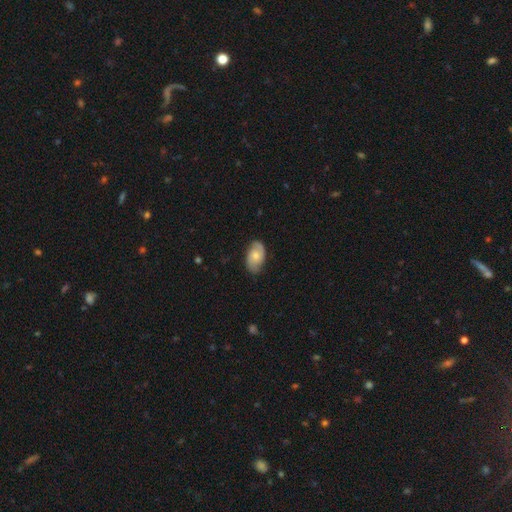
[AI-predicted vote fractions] Smooth or featured?
  - featured or disk: 66% *
  - smooth: 28%
  - star or artifact: 7%
Edge-on disk?
  - no: 96% *
  - yes: 4%
Bar?
  - no: 64% *
  - weak: 32%
  - strong: 5%
Spiral arms?
  - yes: 93% *
  - no: 7%
Spiral winding?
  - medium: 46% *
  - tight: 33%
  - loose: 21%
Spiral arm count?
  - 2: 86% *
  - can't tell: 8%
  - 1: 3%
  - 3: 2%
  - 4: 1%
  - more than 4: 1%
Bulge size?
  - moderate: 47% *
  - small: 41%
  - none: 7%
  - large: 5%
  - dominant: 1%
Merging?
  - none: 80% *
  - minor disturbance: 15%
  - major disturbance: 4%
  - merger: 1%